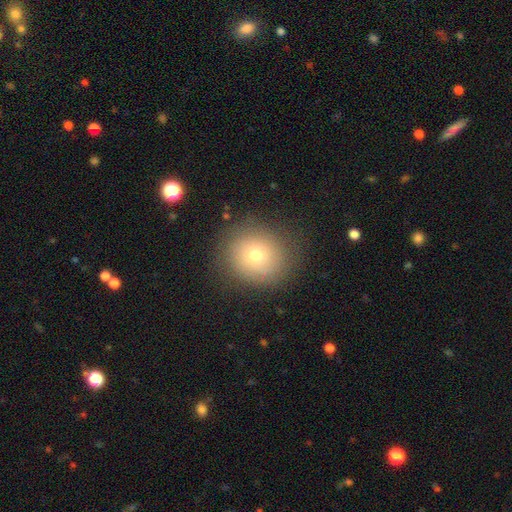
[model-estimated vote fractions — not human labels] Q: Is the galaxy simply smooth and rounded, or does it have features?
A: smooth — 69%.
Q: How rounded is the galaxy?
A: round — 84%.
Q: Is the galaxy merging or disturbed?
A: none — 82%.